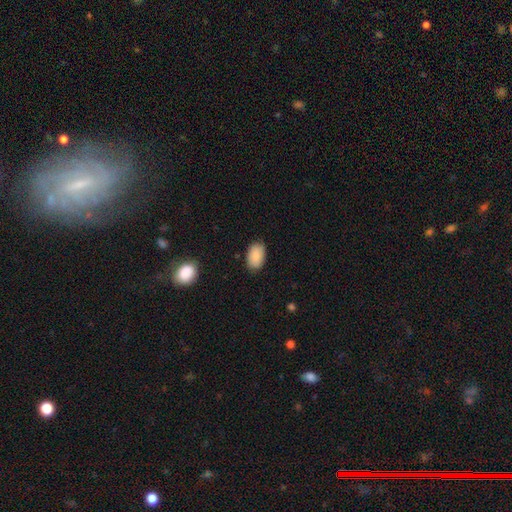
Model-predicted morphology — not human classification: smooth 87%, star or artifact 7%, featured or disk 6%. Down the decision tree: how rounded — in between (91%); merging — none (85%).